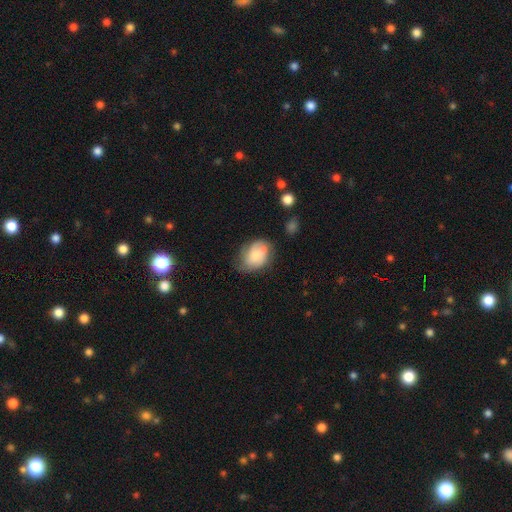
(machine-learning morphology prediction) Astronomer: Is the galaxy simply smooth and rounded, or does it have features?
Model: smooth — 53% (runner-up: featured or disk, 39%).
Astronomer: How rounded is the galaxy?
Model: in between — 74%.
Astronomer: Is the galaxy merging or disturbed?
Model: none — 49% (runner-up: minor disturbance, 30%).